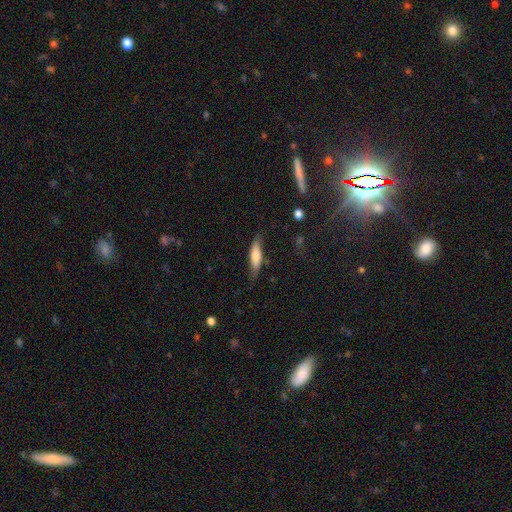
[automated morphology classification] A smooth galaxy with no disk features (66%) that is cigar-shaped (65%). Merging: none (70%).